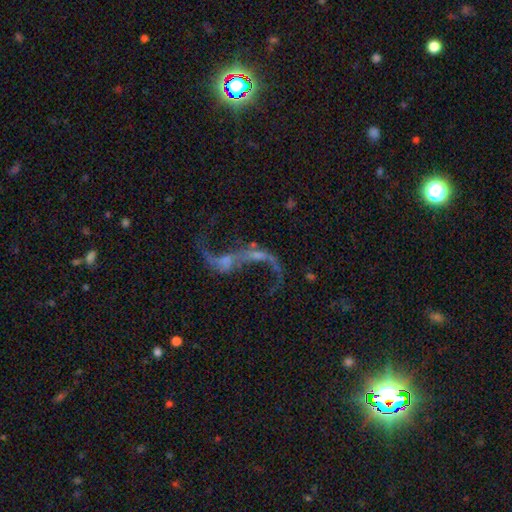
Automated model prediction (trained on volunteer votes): smooth-or-featured: featured or disk: 84% | star or artifact: 10% | smooth: 6%
  disk-edge-on: no: 95% | yes: 5%
    bar: no: 45% | weak: 34% | strong: 20%
    has-spiral-arms: yes: 87% | no: 13%
      spiral-winding: loose: 94% | medium: 4% | tight: 2%
      spiral-arm-count: 2: 90% | 1: 5% | can't tell: 2% | 3: 1% | 4: 1% | more than 4: 1%
    bulge-size: small: 46% | none: 35% | moderate: 15% | large: 2% | dominant: 2%
  merging: none: 48% | major disturbance: 25% | merger: 14% | minor disturbance: 13%